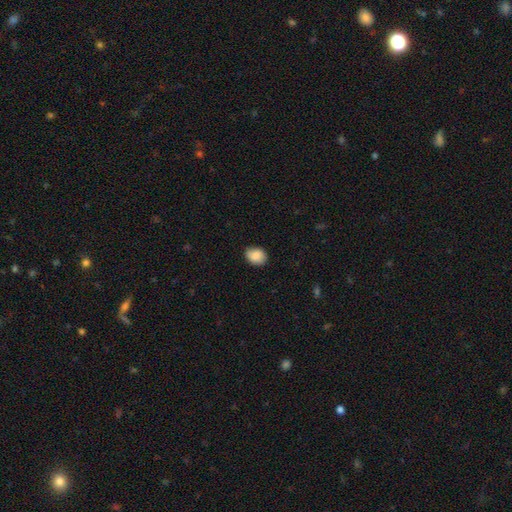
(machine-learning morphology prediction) The model was most divided on "how rounded": in between: 57%, round: 42%, cigar-shaped: 1%. More confident: smooth or featured — smooth (87%); merging — none (77%).